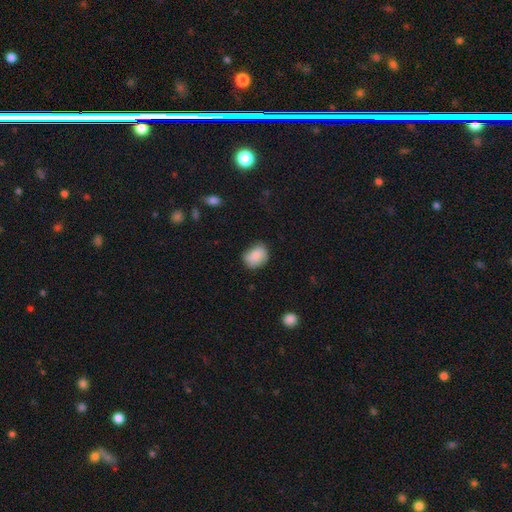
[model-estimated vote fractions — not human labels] smooth 82%, featured or disk 10%, star or artifact 8%. Down the decision tree: how rounded — in between (57%); merging — none (68%).